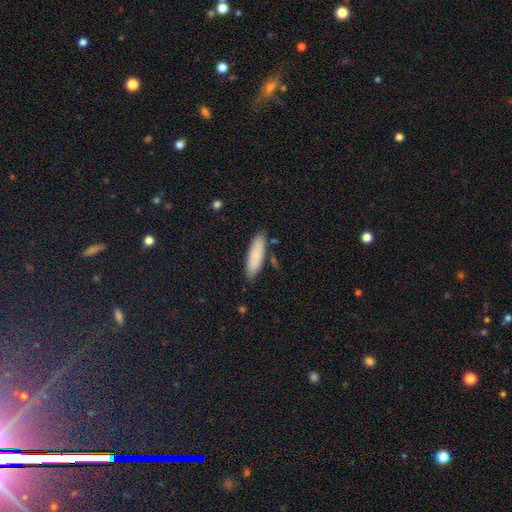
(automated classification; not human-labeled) A smooth galaxy with no disk features (84%) that is cigar-shaped (60%).

Vote fractions:
- Smooth or featured? smooth: 84% / featured or disk: 10% / star or artifact: 6%
- How rounded? cigar-shaped: 60% / in between: 38% / round: 2%
- Merging? none: 79% / minor disturbance: 15% / merger: 3% / major disturbance: 3%